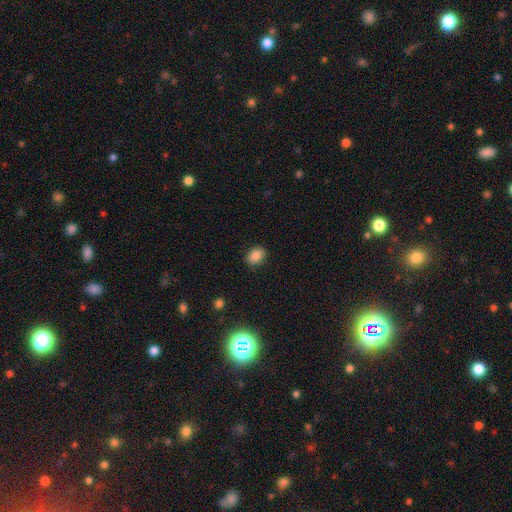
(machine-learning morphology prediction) This is clearly a smooth galaxy (83%). How rounded: likely in between (71%). Merging: clearly none (86%).